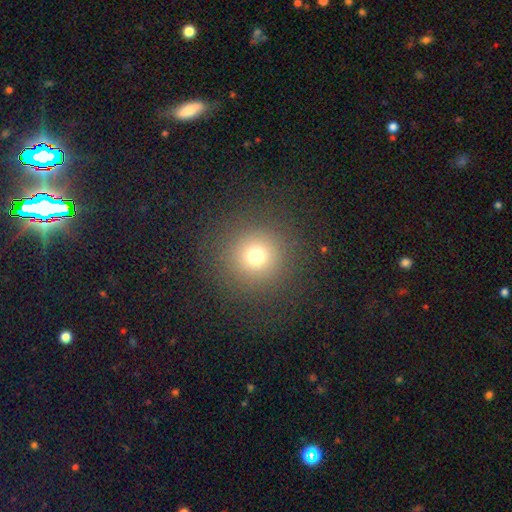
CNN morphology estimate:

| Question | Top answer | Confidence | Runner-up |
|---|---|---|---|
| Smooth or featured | smooth | 71% | star or artifact (19%) |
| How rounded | round | 95% | in between (4%) |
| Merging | none | 88% | minor disturbance (7%) |